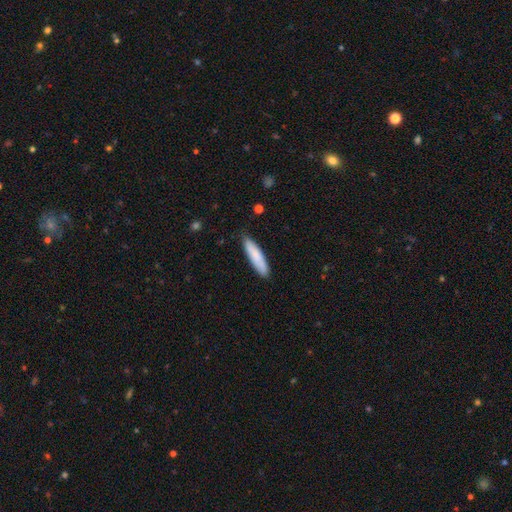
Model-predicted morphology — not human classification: Overall: smooth (81%). How rounded: cigar-shaped (77%). Merging: none (83%).